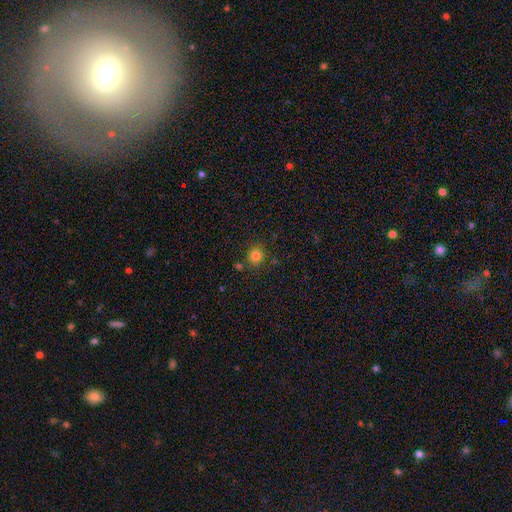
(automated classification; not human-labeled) Smooth or featured?
  - smooth: 81% *
  - star or artifact: 14%
  - featured or disk: 5%
How rounded?
  - round: 86% *
  - in between: 13%
  - cigar-shaped: 1%
Merging?
  - none: 81% *
  - minor disturbance: 10%
  - merger: 7%
  - major disturbance: 3%